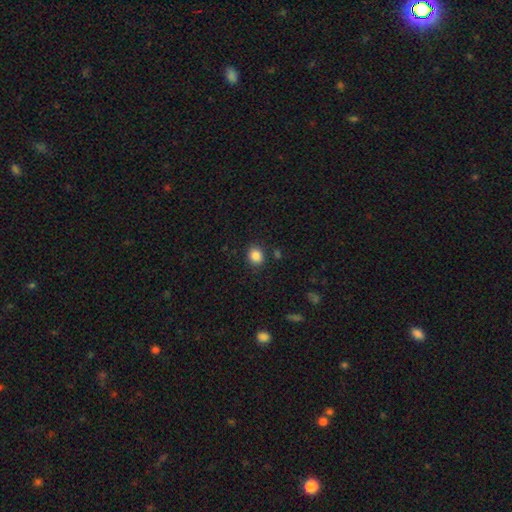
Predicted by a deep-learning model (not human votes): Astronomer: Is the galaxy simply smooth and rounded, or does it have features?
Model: smooth — 86%.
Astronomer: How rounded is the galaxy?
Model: round — 67%.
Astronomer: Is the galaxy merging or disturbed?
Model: none — 86%.